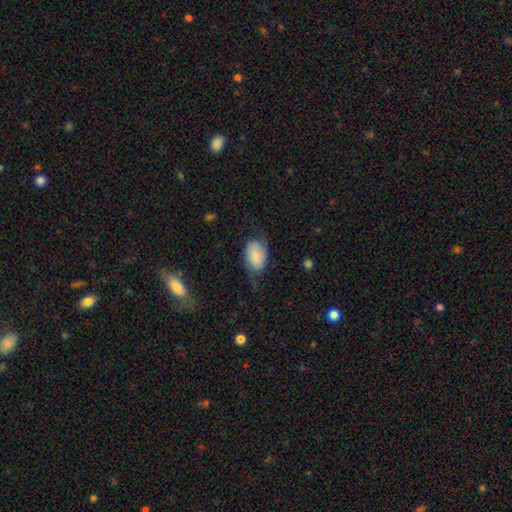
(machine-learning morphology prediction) A smooth galaxy with no disk features (50%) that is in between round and cigar-shaped (87%). Merging: none (49%).